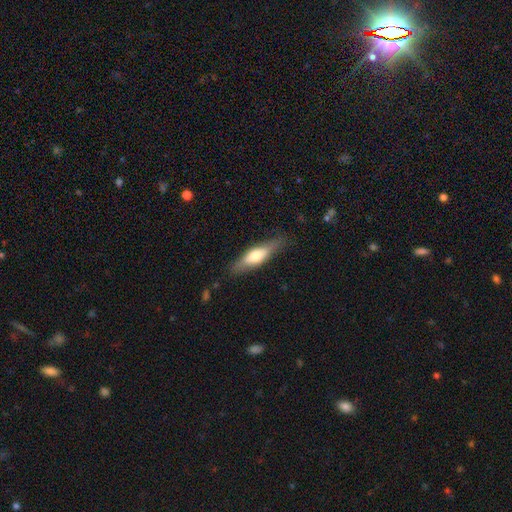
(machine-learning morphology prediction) smooth 58%, featured or disk 37%, star or artifact 6%. Down the decision tree: how rounded — cigar-shaped (56%); merging — none (77%).